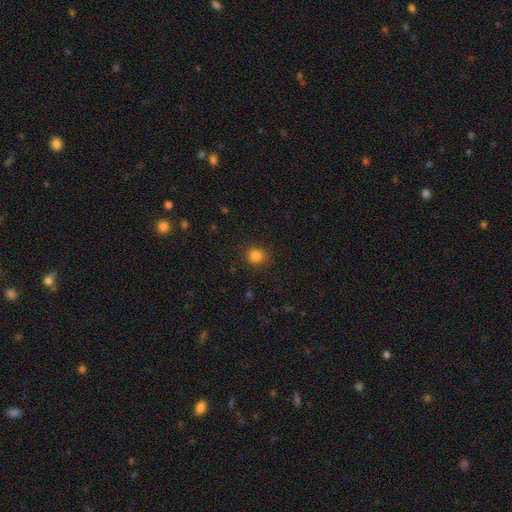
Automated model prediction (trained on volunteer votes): Overall: smooth (83%). How rounded: round (87%). Merging: none (88%).